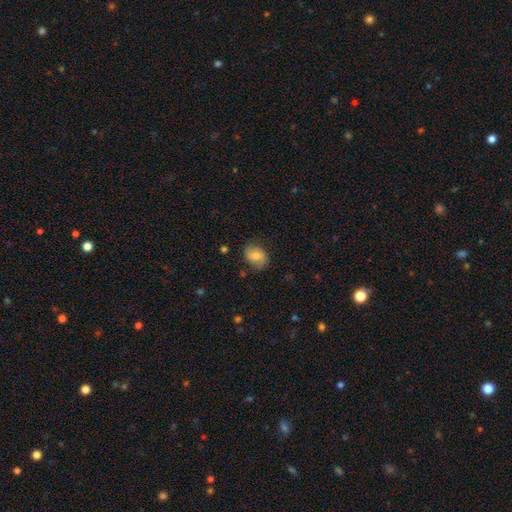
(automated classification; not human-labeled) Smooth or featured?
  - smooth: 61% *
  - featured or disk: 31%
  - star or artifact: 8%
How rounded?
  - in between: 60% *
  - round: 39%
  - cigar-shaped: 1%
Merging?
  - none: 75% *
  - minor disturbance: 18%
  - major disturbance: 5%
  - merger: 1%